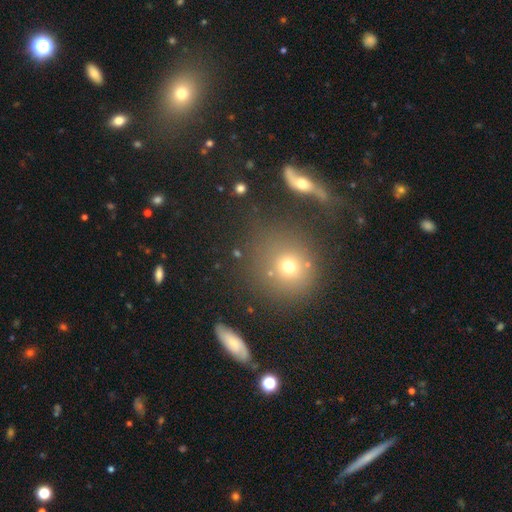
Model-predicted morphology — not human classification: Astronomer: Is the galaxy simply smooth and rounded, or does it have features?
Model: smooth — 48% (runner-up: star or artifact, 35%).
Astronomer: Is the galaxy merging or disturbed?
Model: none — 79%.